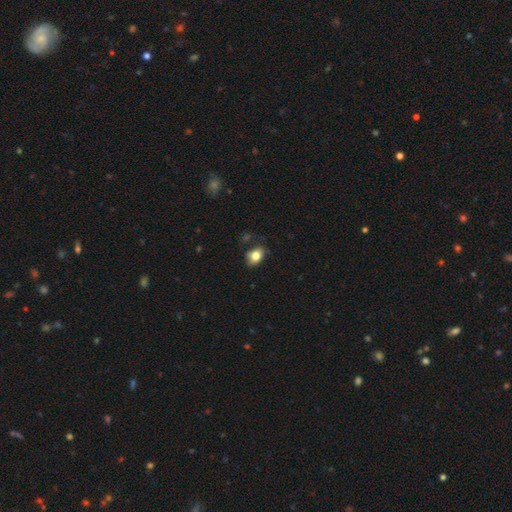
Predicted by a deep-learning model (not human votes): Morphology: type=smooth (81%); roundness=in between (73%); merging=none (71%).